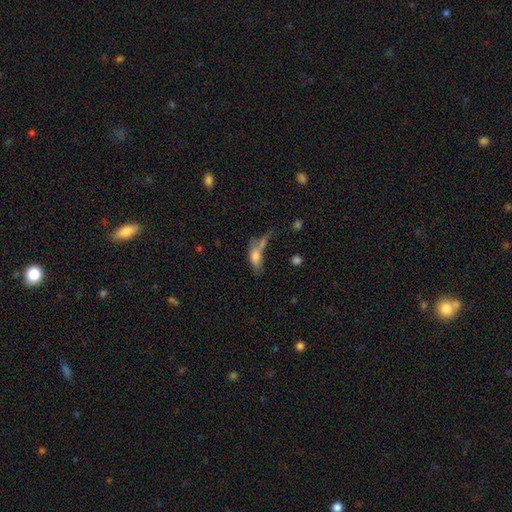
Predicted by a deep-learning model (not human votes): smooth 68%, featured or disk 22%, star or artifact 10%. Down the decision tree: how rounded — in between (71%); merging — none (33%, tied with merger).